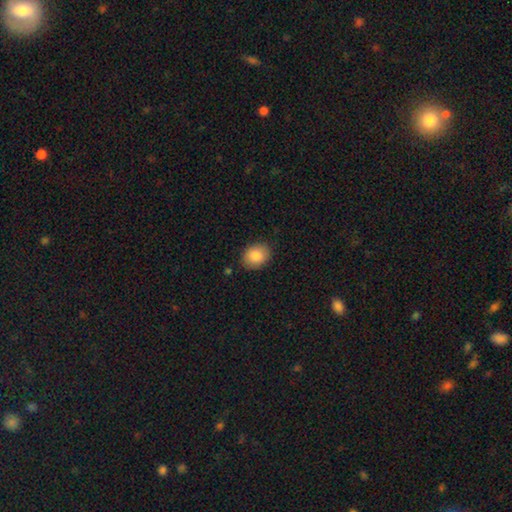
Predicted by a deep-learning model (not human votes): Smooth or featured? smooth (87%)
How rounded? in between (57%)
Merging? none (86%)